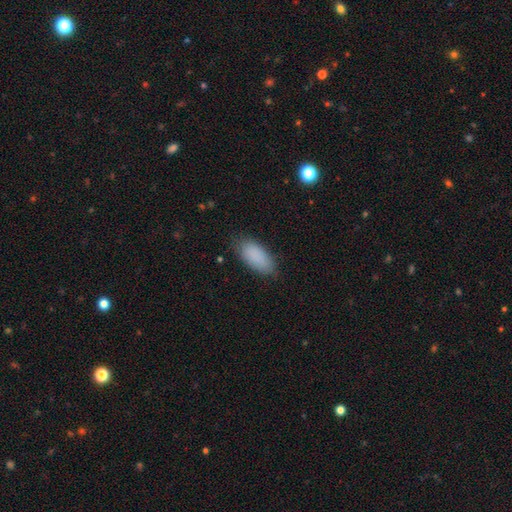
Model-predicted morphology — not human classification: A smooth galaxy with no disk features (88%) that is in between round and cigar-shaped (89%). Merging: none (81%).